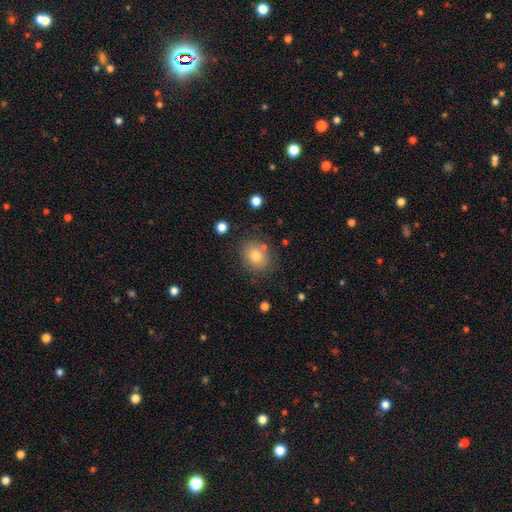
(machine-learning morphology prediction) Overall: smooth (79%). How rounded: round (55%; in between 44%). Merging: none (79%).